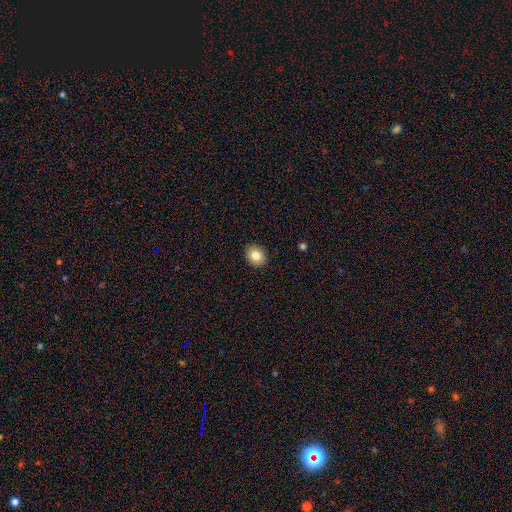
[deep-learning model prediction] This is clearly a smooth galaxy (83%). How rounded: possibly round (57%). Merging: clearly none (91%).